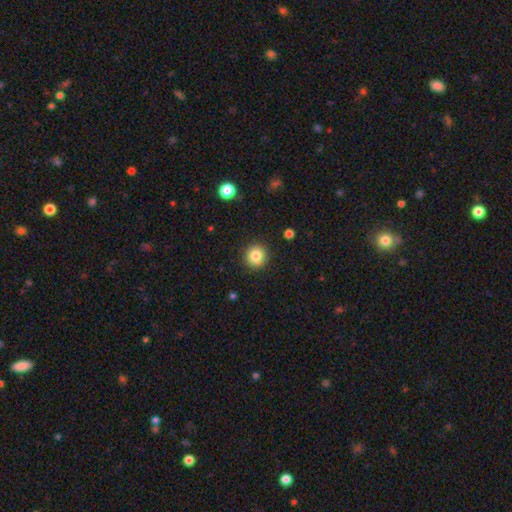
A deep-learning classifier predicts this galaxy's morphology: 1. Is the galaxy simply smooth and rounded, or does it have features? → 83% smooth, 10% star or artifact, 6% featured or disk.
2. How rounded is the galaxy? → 93% round, 6% in between, 1% cigar-shaped.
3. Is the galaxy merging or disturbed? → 90% none, 7% minor disturbance, 2% major disturbance, 1% merger.